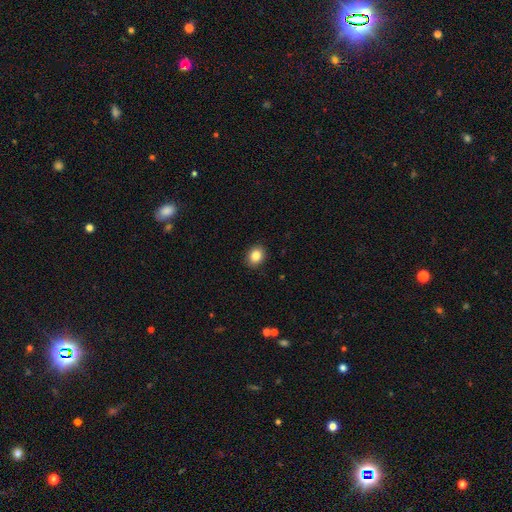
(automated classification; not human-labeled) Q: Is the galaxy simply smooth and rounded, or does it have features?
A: smooth — 85%.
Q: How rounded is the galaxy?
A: round — 57%.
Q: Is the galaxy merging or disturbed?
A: none — 90%.